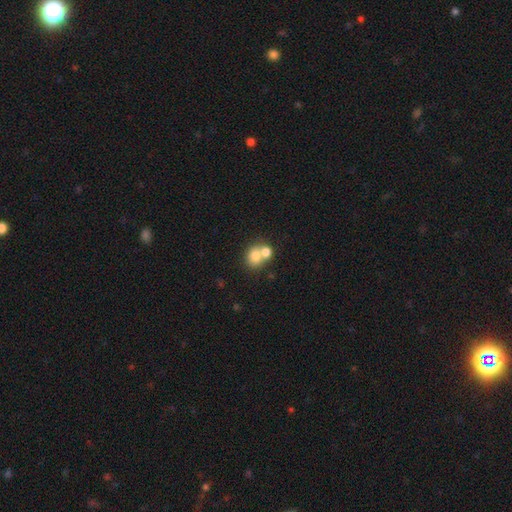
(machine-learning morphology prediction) Smooth or featured?
  - smooth: 76% *
  - featured or disk: 14%
  - star or artifact: 10%
How rounded?
  - round: 60% *
  - in between: 39%
  - cigar-shaped: 1%
Merging?
  - merger: 54% *
  - none: 35%
  - minor disturbance: 7%
  - major disturbance: 4%